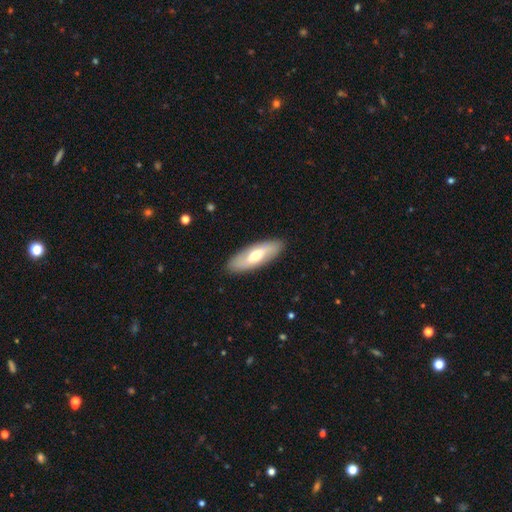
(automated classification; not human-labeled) This appears to be a smooth galaxy with no disk features (49%). Merging: none (88%).